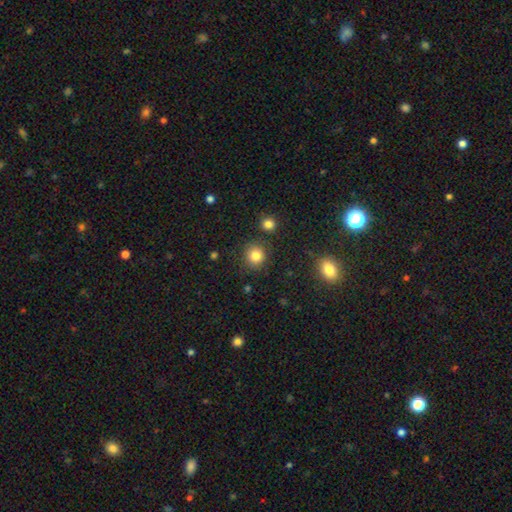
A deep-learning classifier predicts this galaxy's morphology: Smooth or featured? Predicted: smooth (p=0.83). How rounded? Predicted: round (p=0.88). Merging? Predicted: none (p=0.86).